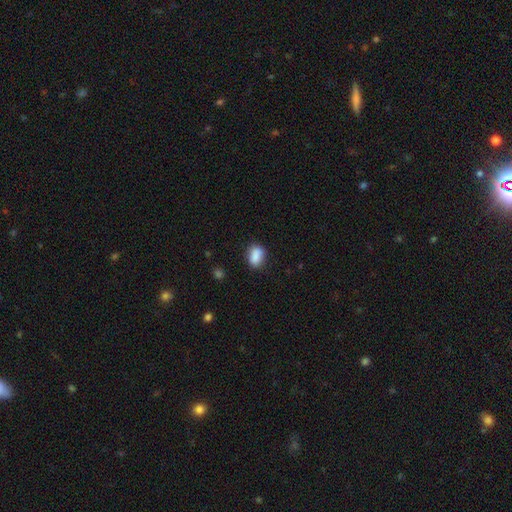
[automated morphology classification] Overall: smooth (87%). How rounded: in between (80%). Merging: none (77%).